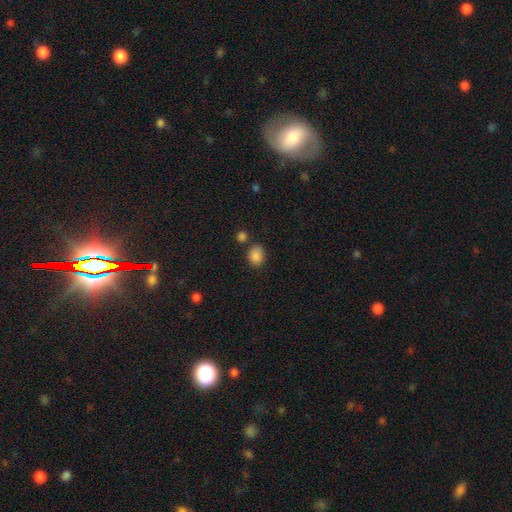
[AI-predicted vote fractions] Smooth or featured?
  - smooth: 87% *
  - star or artifact: 10%
  - featured or disk: 4%
How rounded?
  - in between: 61% *
  - round: 38%
  - cigar-shaped: 1%
Merging?
  - none: 74% *
  - minor disturbance: 13%
  - merger: 9%
  - major disturbance: 4%